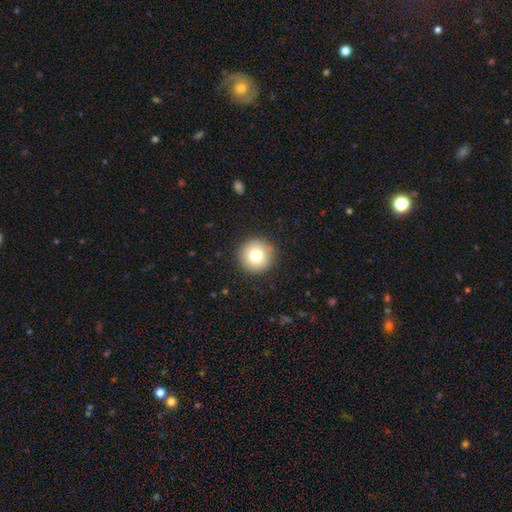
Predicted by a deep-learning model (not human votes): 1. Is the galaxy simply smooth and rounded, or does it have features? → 77% smooth, 12% featured or disk, 11% star or artifact.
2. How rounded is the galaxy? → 96% round, 3% in between, 1% cigar-shaped.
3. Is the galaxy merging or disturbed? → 91% none, 6% minor disturbance, 2% major disturbance, 1% merger.